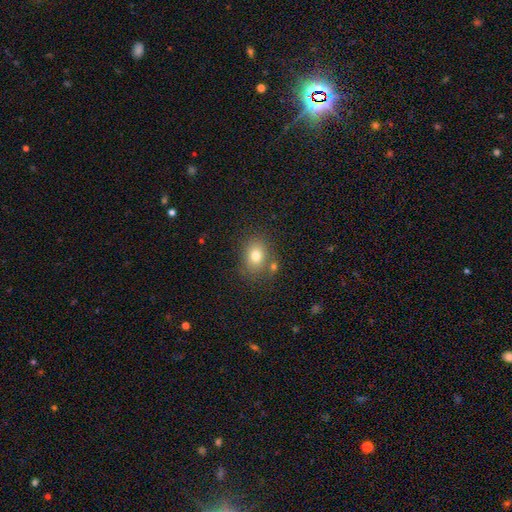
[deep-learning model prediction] Q: Smooth or featured?
A: smooth (77%); runner-up: star or artifact (12%)
Q: How rounded?
A: in between (52%); runner-up: round (47%)
Q: Merging?
A: none (71%); runner-up: minor disturbance (13%)